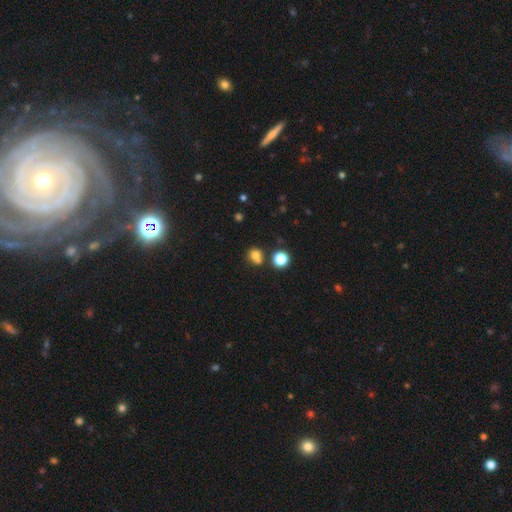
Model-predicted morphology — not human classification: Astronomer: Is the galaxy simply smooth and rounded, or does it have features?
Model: smooth — 77%.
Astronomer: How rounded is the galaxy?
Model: round — 80%.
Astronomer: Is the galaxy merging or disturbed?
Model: none — 55%.